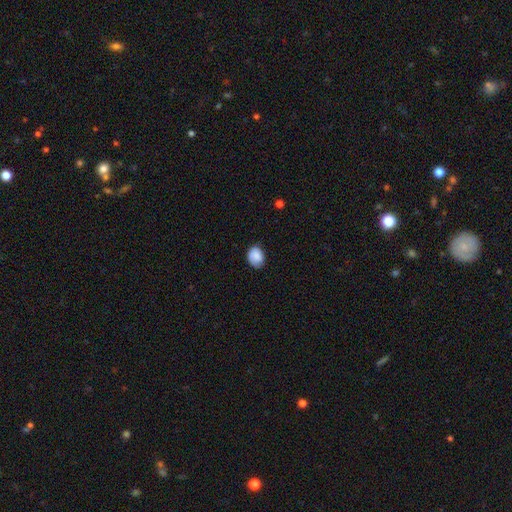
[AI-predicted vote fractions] Morphology: type=smooth (83%); roundness=in between (61%); merging=none (66%).